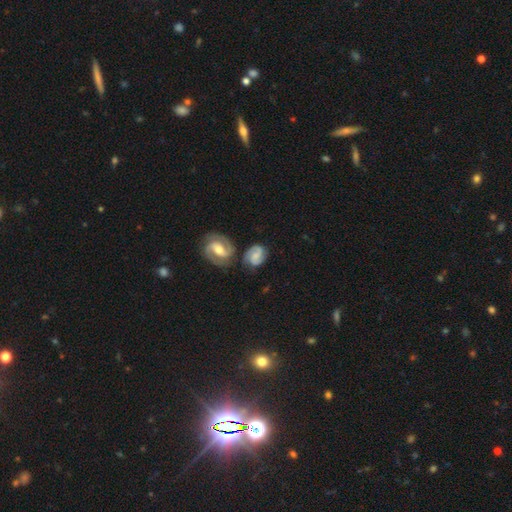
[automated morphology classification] Smooth or featured: featured or disk — 71% (smooth — 22%)
Edge-on disk: no — 97% (yes — 3%)
Bar: weak — 48% (no — 33%)
Spiral arms: yes — 94% (no — 6%)
Spiral winding: medium — 54% (tight — 28%)
Spiral arm count: 2 — 88% (can't tell — 5%)
Bulge size: moderate — 42% (small — 36%)
Merging: none — 62% (minor disturbance — 17%)